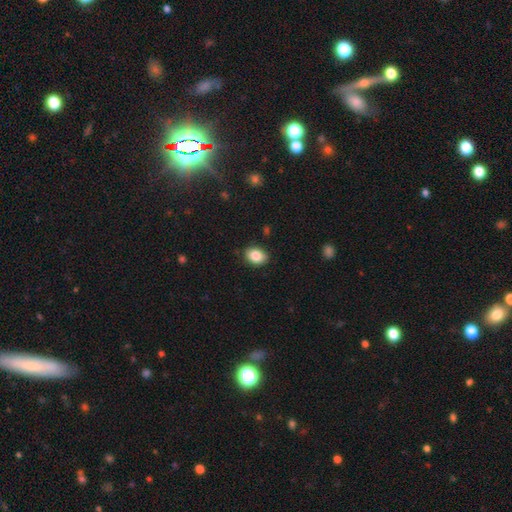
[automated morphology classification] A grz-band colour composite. It shows a smooth galaxy with no disk features (86%) that is in between round and cigar-shaped (71%). Merging: none (87%).